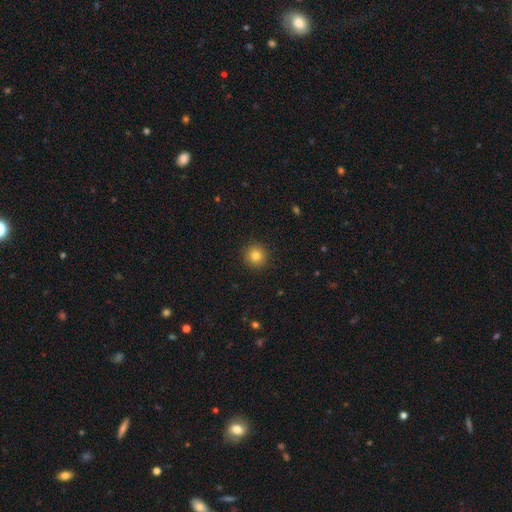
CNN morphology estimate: Q: Smooth or featured?
A: smooth (81%); runner-up: star or artifact (12%)
Q: How rounded?
A: round (94%); runner-up: in between (5%)
Q: Merging?
A: none (92%); runner-up: minor disturbance (5%)